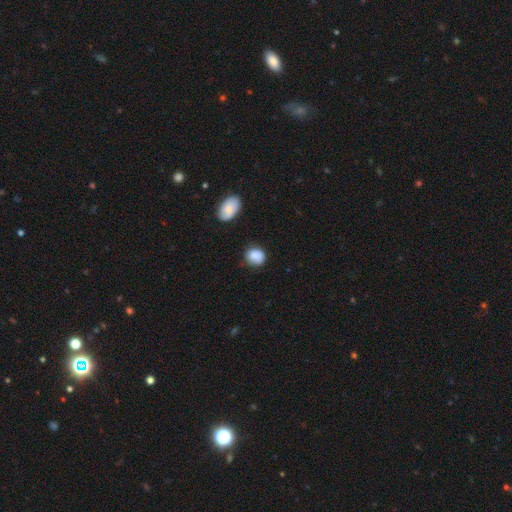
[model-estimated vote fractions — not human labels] The model was most divided on "how rounded": round: 70%, in between: 29%, cigar-shaped: 1%. More confident: smooth or featured — smooth (85%); merging — none (68%).